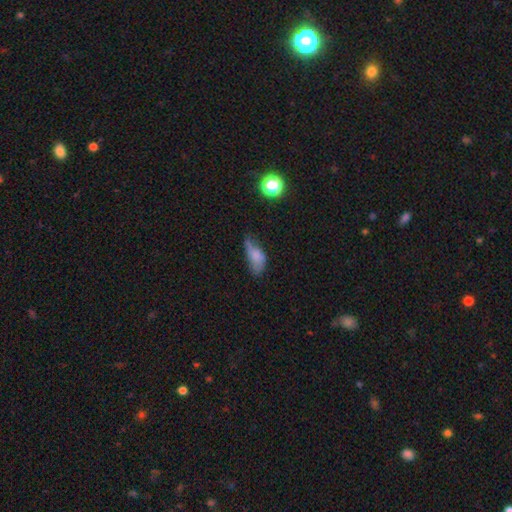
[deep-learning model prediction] smooth_or_featured: smooth (p=0.68) [alt: featured or disk p=0.21]
how_rounded: in between (p=0.85) [alt: cigar-shaped p=0.10]
merging: minor disturbance (p=0.39) [alt: major disturbance p=0.29]